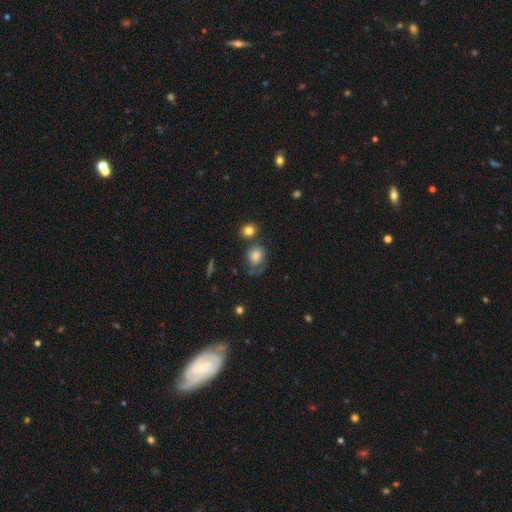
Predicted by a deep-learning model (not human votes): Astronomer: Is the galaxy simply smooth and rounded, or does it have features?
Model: smooth — 71%.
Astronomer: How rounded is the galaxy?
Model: round — 55% (runner-up: in between, 44%).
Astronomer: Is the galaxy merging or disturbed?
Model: none — 44% (runner-up: minor disturbance, 24%).